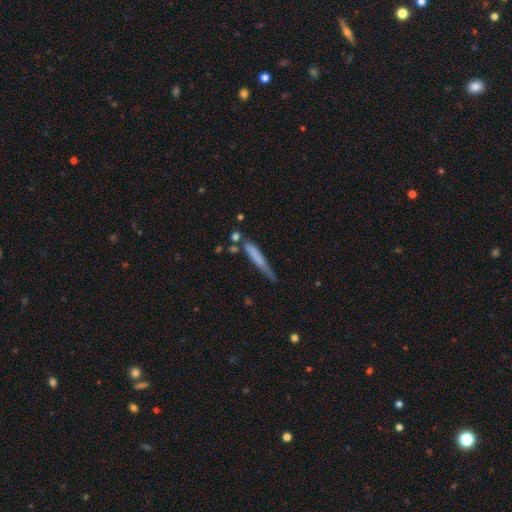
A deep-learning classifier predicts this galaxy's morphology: Smooth or featured: smooth — 62% (featured or disk — 30%)
How rounded: cigar-shaped — 93% (in between — 6%)
Merging: none — 52% (minor disturbance — 27%)